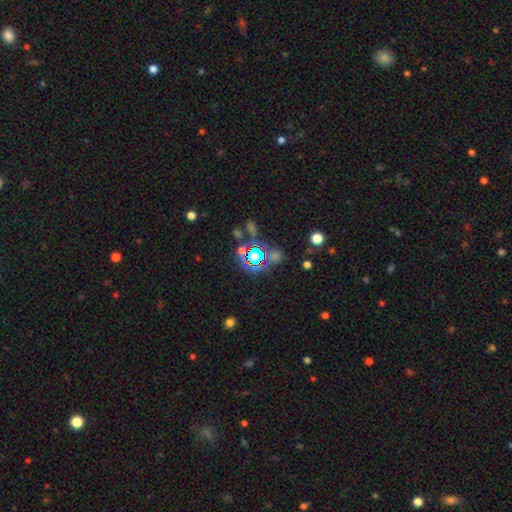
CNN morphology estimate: Smooth or featured? Predicted: star or artifact (p=0.75).